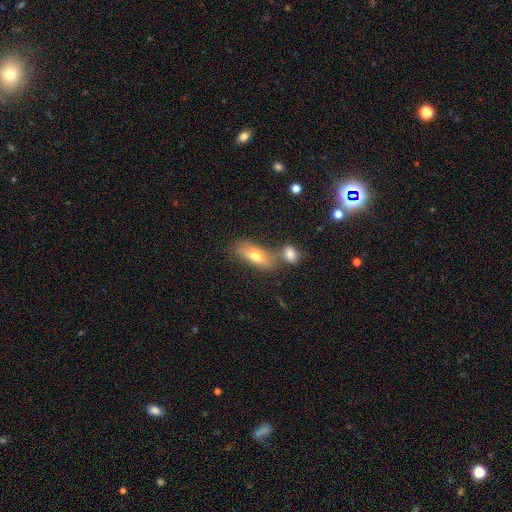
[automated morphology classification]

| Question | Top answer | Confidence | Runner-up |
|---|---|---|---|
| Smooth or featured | smooth | 68% | featured or disk (24%) |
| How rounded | in between | 77% | cigar-shaped (19%) |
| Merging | none | 47% | merger (32%) |